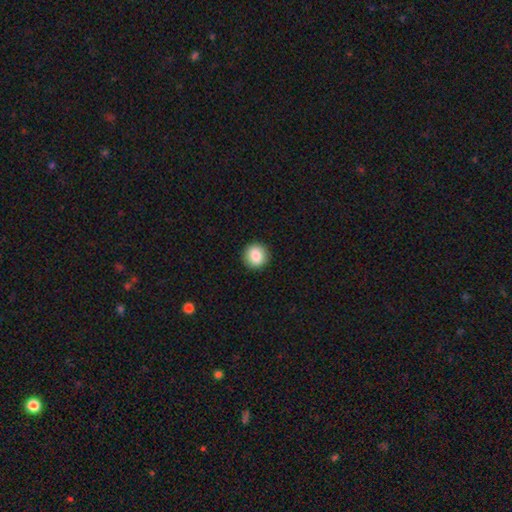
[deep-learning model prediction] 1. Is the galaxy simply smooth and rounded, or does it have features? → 84% smooth, 8% star or artifact, 7% featured or disk.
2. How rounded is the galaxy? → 91% round, 8% in between, 1% cigar-shaped.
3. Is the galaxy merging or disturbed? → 92% none, 5% minor disturbance, 2% major disturbance, 1% merger.